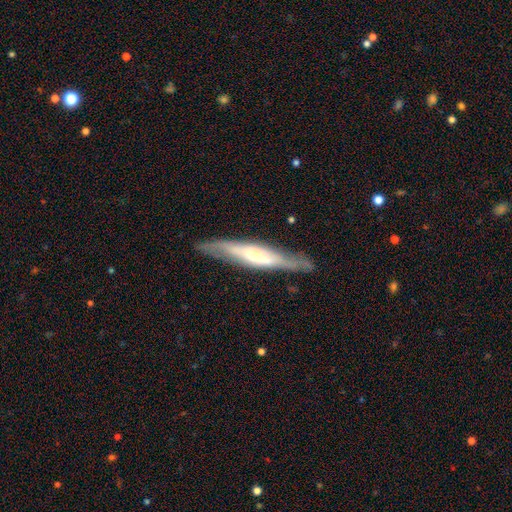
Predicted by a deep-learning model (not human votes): Smooth or featured: featured or disk — 66% (smooth — 28%)
Edge-on disk: yes — 78% (no — 22%)
Edge-on bulge: rounded — 50% (none — 25%)
Merging: none — 80% (minor disturbance — 14%)